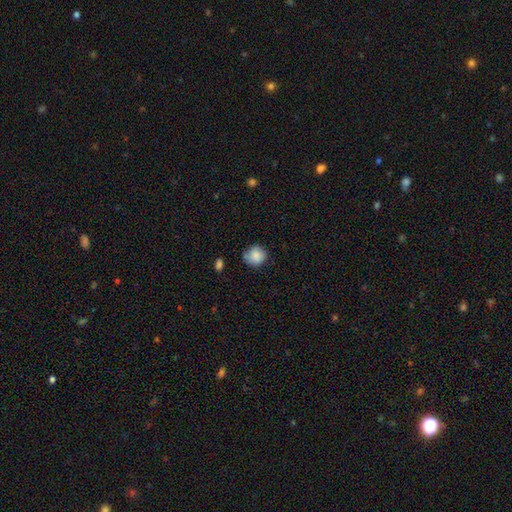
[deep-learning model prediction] smooth 86%, star or artifact 8%, featured or disk 6%. Down the decision tree: how rounded — round (84%); merging — none (69%).